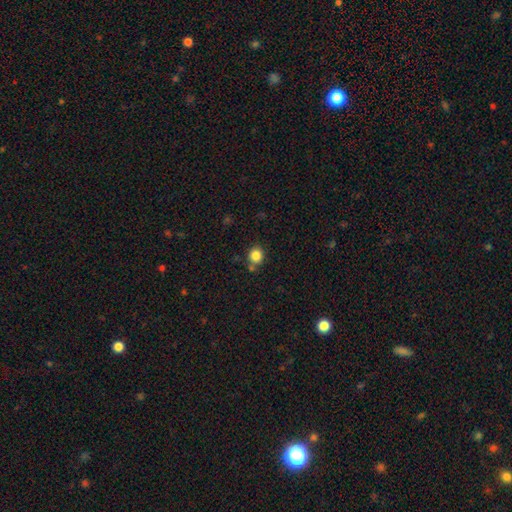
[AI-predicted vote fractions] The model was most divided on "merging": none: 77%, minor disturbance: 10%, merger: 10%, major disturbance: 3%. More confident: how rounded — round (86%); smooth or featured — smooth (85%).